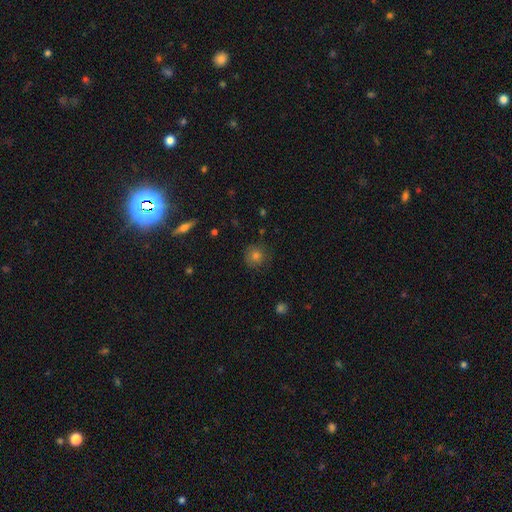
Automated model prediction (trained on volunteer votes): Morphology: type=smooth (73%); roundness=round (92%); merging=none (83%).